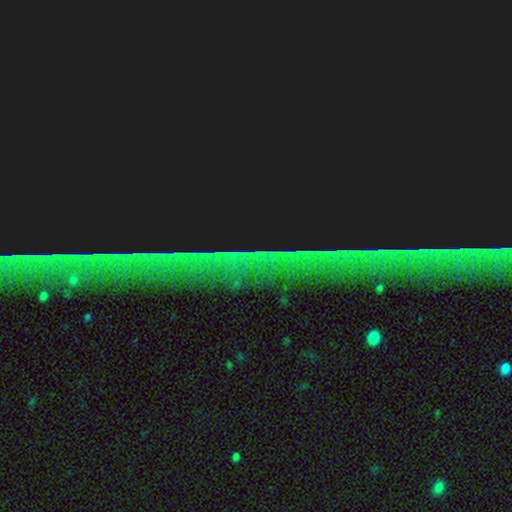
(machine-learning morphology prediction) Smooth or featured?
  - star or artifact: 83% *
  - featured or disk: 9%
  - smooth: 8%